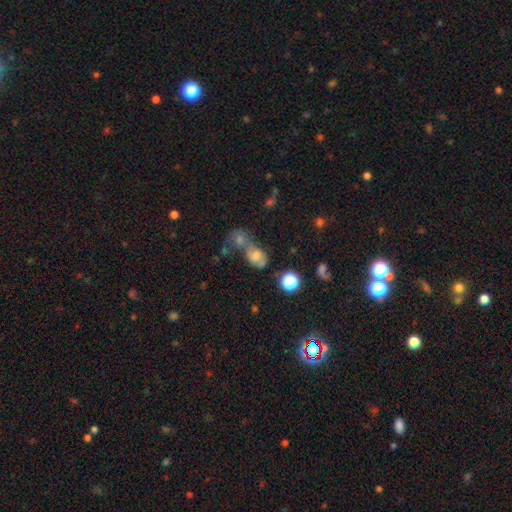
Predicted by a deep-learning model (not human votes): Smooth or featured? Predicted: smooth (p=0.61). How rounded? Predicted: in between (p=0.61). Merging? Predicted: merger (p=0.62).